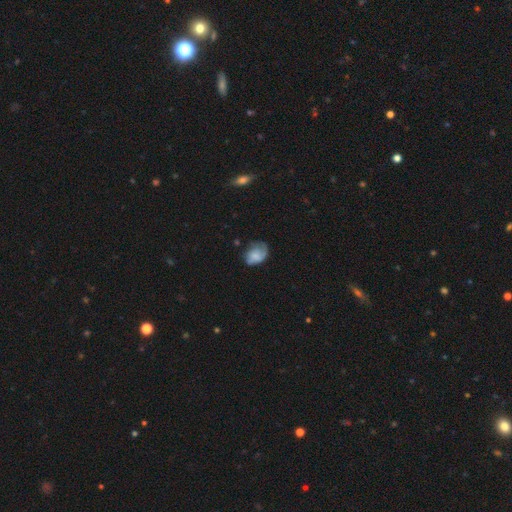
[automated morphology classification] A smooth galaxy with no disk features (55%) that is in between round and cigar-shaped (64%). Merging: none (46%).